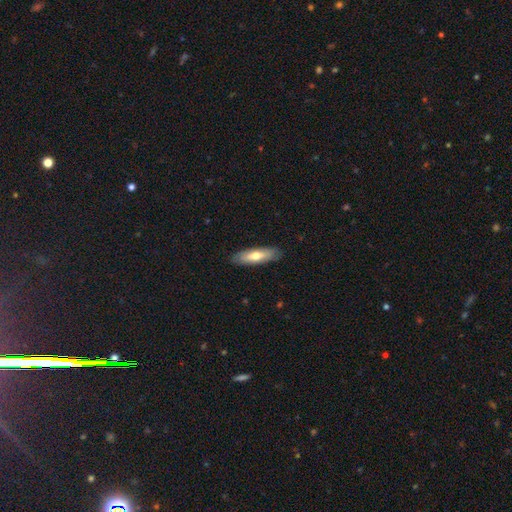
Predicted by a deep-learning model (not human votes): Smooth or featured? smooth (61%)
How rounded? cigar-shaped (53%)
Merging? none (87%)